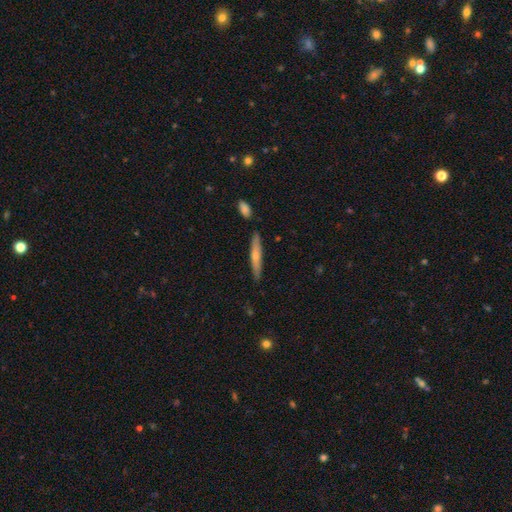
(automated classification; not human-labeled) Smooth or featured: smooth — 54% (featured or disk — 40%)
How rounded: cigar-shaped — 91% (in between — 8%)
Merging: none — 83% (minor disturbance — 11%)